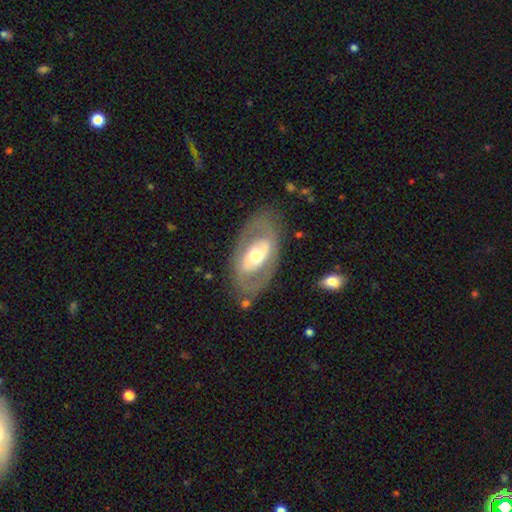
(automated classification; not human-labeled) smooth-or-featured: featured or disk: 67% | smooth: 28% | star or artifact: 5%
  disk-edge-on: no: 91% | yes: 9%
    bar: no: 52% | weak: 27% | strong: 21%
    has-spiral-arms: no: 63% | yes: 37%
    bulge-size: moderate: 66% | large: 20% | small: 12% | dominant: 2% | none: 1%
  merging: none: 75% | minor disturbance: 14% | major disturbance: 8% | merger: 2%